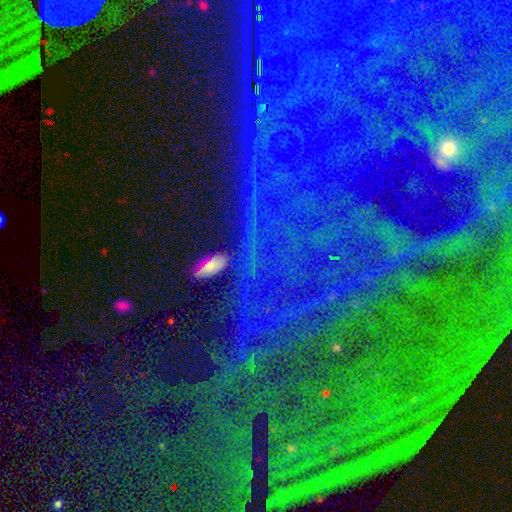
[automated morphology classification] star or artifact 73%, featured or disk 15%, smooth 12%.